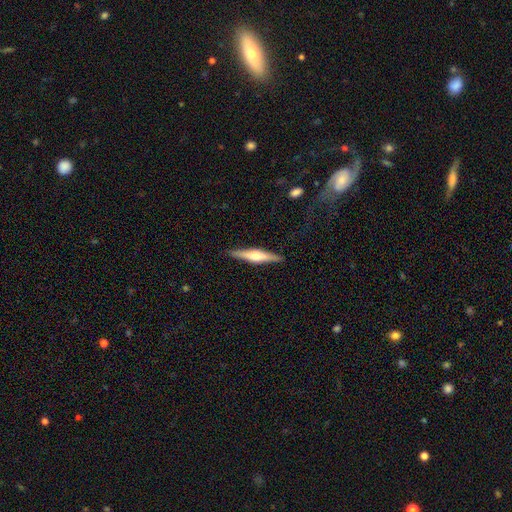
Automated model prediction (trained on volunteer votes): Smooth or featured? Predicted: featured or disk (p=0.59). Edge-on disk? Predicted: yes (p=0.97). Edge-on bulge? Predicted: rounded (p=0.84). Merging? Predicted: none (p=0.90).